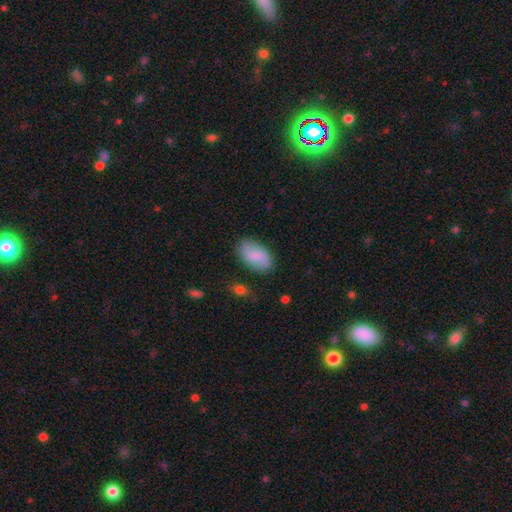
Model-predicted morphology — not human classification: A smooth galaxy with no disk features (73%) that is in between round and cigar-shaped (94%). Merging: none (81%).